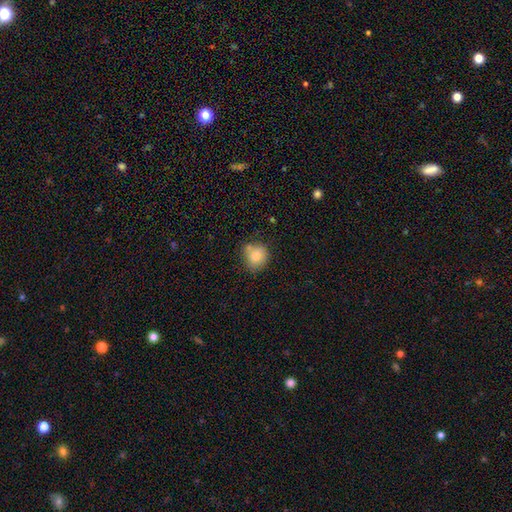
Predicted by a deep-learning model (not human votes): Smooth or featured? Predicted: smooth (p=0.79). How rounded? Predicted: round (p=0.78). Merging? Predicted: none (p=0.61).